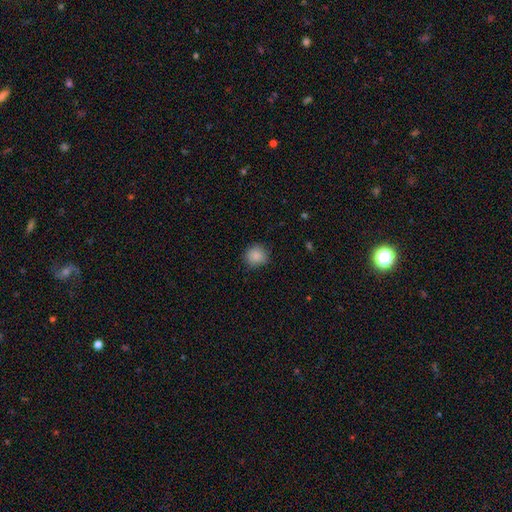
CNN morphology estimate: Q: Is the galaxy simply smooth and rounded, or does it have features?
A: smooth — 87%.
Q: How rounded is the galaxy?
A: round — 89%.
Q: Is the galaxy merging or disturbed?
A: none — 84%.